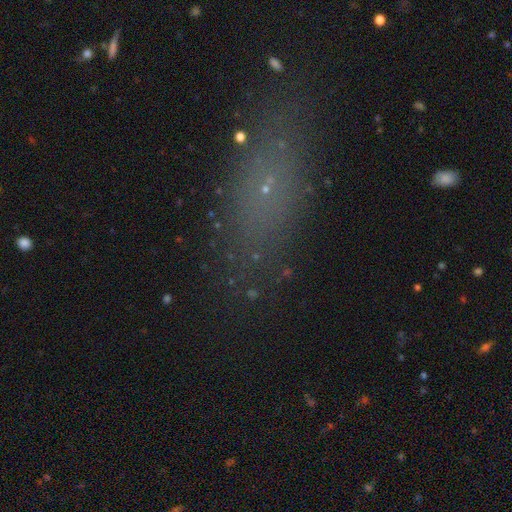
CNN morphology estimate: smooth_or_featured: smooth (p=0.48) [alt: star or artifact p=0.27]
merging: none (p=0.78) [alt: minor disturbance p=0.14]